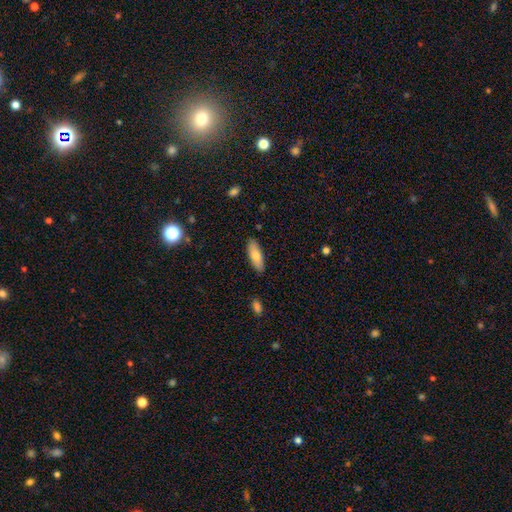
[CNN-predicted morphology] Q: Smooth or featured?
A: smooth (77%); runner-up: featured or disk (17%)
Q: How rounded?
A: in between (63%); runner-up: cigar-shaped (35%)
Q: Merging?
A: none (85%); runner-up: minor disturbance (11%)